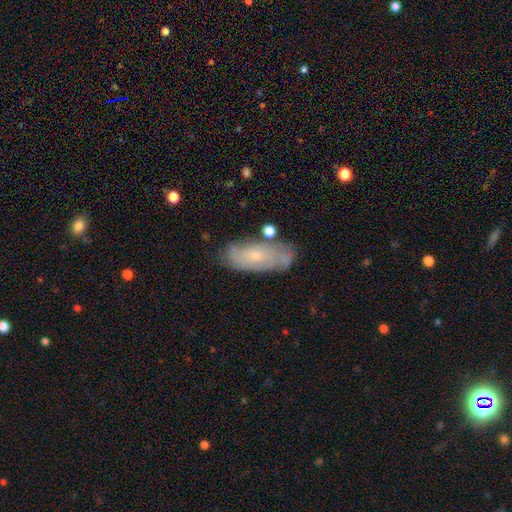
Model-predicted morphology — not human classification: Smooth or featured: featured or disk — 54% (smooth — 39%)
Edge-on disk: no — 87% (yes — 13%)
Merging: none — 68% (minor disturbance — 22%)